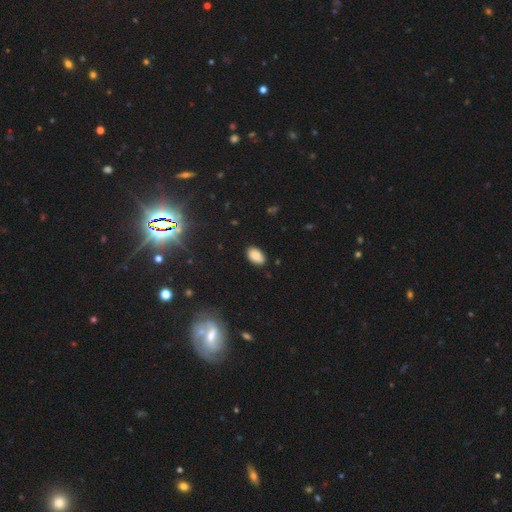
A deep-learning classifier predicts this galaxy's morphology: The model was most divided on "merging": none: 84%, minor disturbance: 12%, major disturbance: 2%, merger: 1%. More confident: how rounded — in between (93%); smooth or featured — smooth (87%).